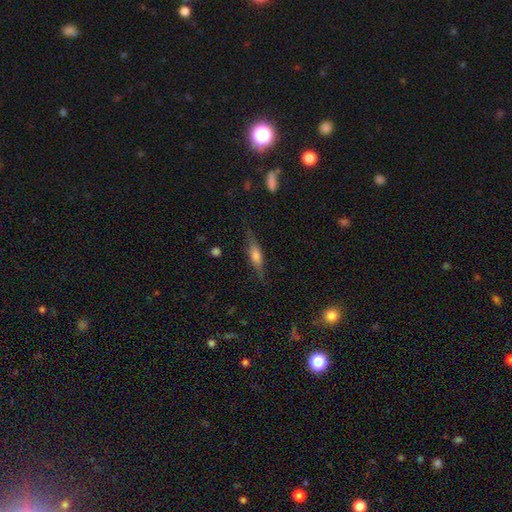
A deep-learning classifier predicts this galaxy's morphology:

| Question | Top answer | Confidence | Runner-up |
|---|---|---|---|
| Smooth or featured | featured or disk | 51% | smooth (41%) |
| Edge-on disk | yes | 92% | no (8%) |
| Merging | none | 77% | minor disturbance (16%) |